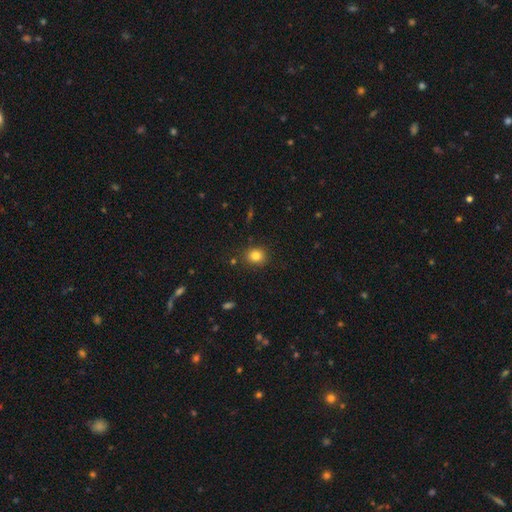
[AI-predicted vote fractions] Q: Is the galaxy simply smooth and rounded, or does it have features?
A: smooth — 82%.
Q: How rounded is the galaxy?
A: round — 73%.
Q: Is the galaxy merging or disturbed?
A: none — 87%.